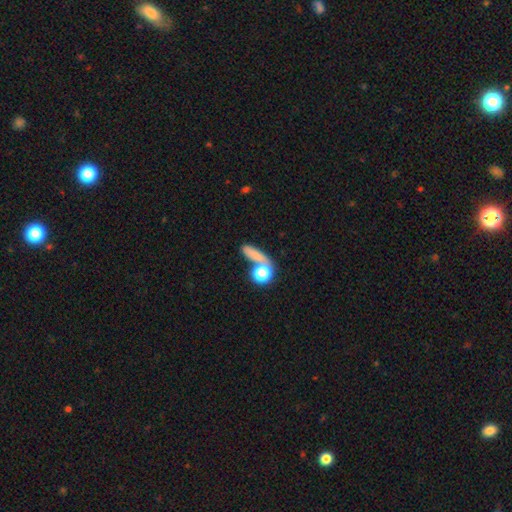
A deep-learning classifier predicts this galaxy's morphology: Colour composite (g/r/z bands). It shows a smooth galaxy with no disk features (72%) that is cigar-shaped (37%). Merging: none (56%).